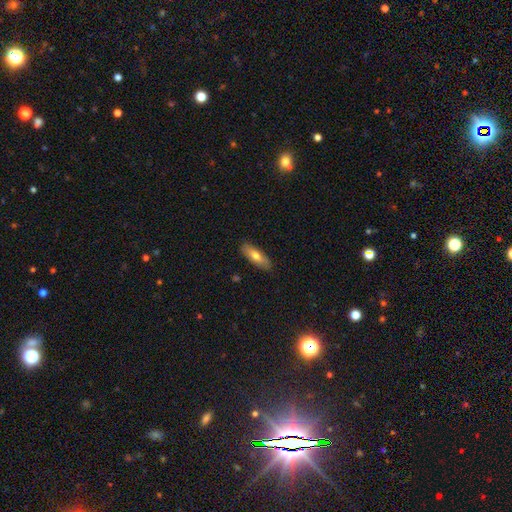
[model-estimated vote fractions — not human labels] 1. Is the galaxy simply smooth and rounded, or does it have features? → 70% smooth, 24% featured or disk, 6% star or artifact.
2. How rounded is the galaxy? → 57% in between, 41% cigar-shaped, 2% round.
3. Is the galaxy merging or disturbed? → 87% none, 10% minor disturbance, 2% major disturbance, 1% merger.